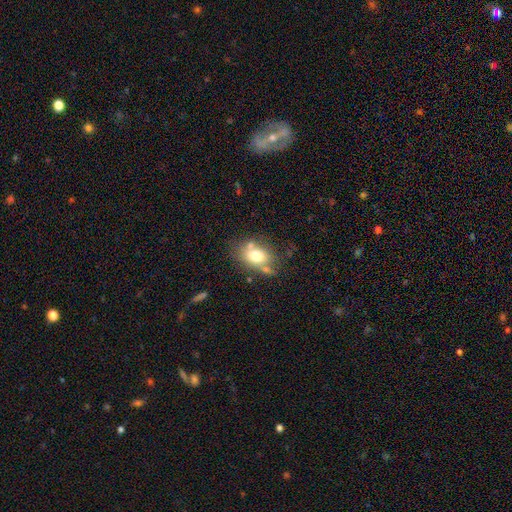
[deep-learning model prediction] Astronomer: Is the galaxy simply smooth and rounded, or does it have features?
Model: smooth — 70%.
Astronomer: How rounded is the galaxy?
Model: in between — 69%.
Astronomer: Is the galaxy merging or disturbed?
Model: none — 57%.